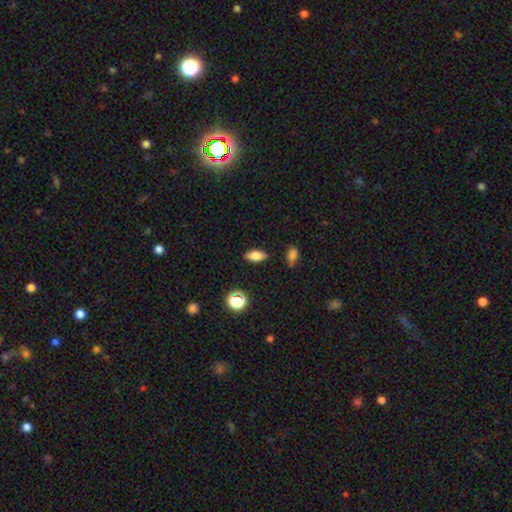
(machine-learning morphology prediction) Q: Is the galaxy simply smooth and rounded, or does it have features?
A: smooth — 77%.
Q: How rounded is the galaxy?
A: in between — 83%.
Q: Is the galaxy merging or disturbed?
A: none — 86%.